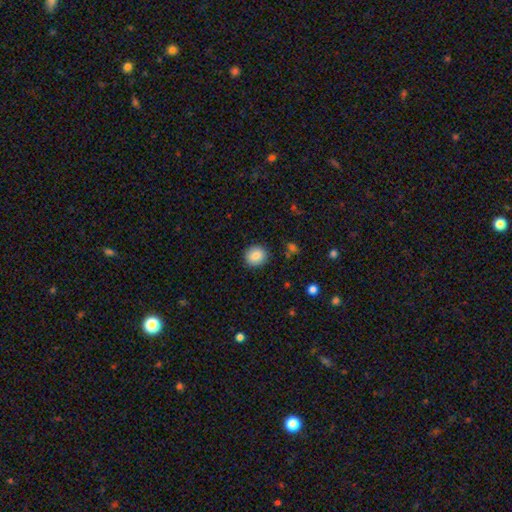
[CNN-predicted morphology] Smooth or featured? smooth (86%)
How rounded? round (78%)
Merging? none (88%)